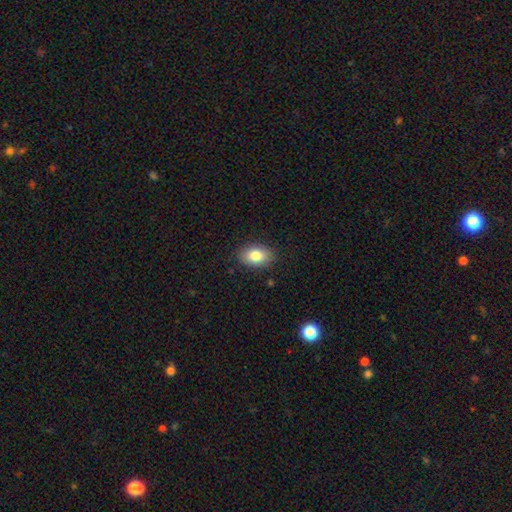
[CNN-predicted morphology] A smooth galaxy with no disk features (83%) that is in between round and cigar-shaped (86%).

Vote fractions:
- Smooth or featured? smooth: 83% / featured or disk: 10% / star or artifact: 8%
- How rounded? in between: 86% / round: 13% / cigar-shaped: 1%
- Merging? none: 86% / minor disturbance: 10% / major disturbance: 2% / merger: 1%